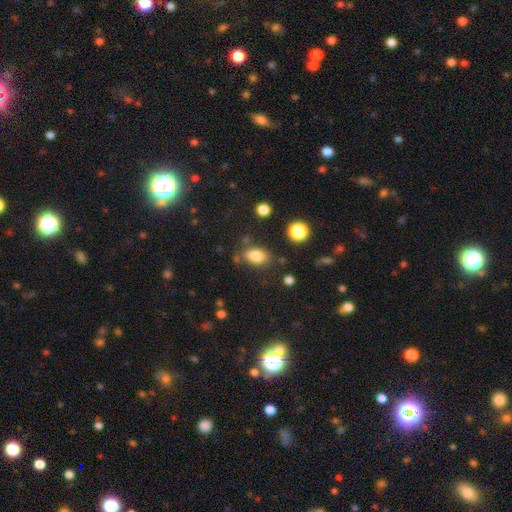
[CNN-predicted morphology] Smooth or featured: smooth — 82% (star or artifact — 11%)
How rounded: in between — 82% (round — 16%)
Merging: none — 74% (minor disturbance — 15%)